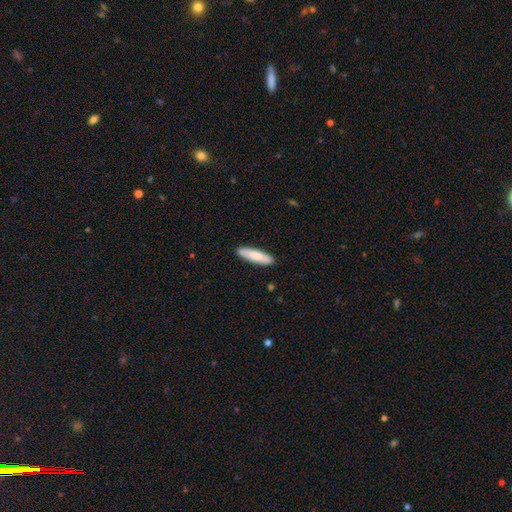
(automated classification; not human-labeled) Smooth or featured: smooth — 83% (featured or disk — 12%)
How rounded: cigar-shaped — 78% (in between — 20%)
Merging: none — 89% (minor disturbance — 8%)